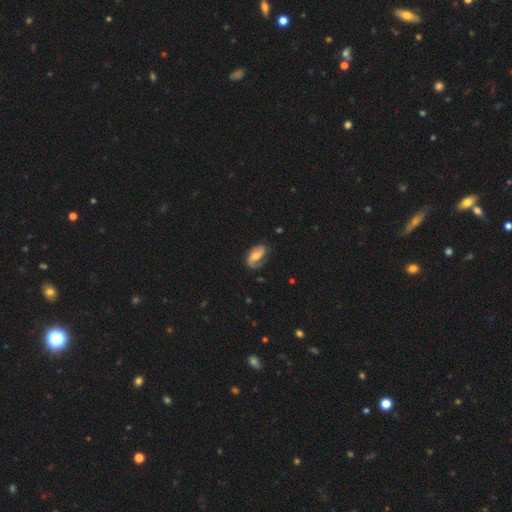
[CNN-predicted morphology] smooth_or_featured: featured or disk (p=0.67) [alt: smooth p=0.27]
disk_edge_on: no (p=0.95) [alt: yes p=0.05]
bar: no (p=0.40) [tied with: weak p=0.40]
has_spiral_arms: yes (p=0.90) [alt: no p=0.10]
spiral_winding: medium (p=0.39) [alt: loose p=0.35]
spiral_arm_count: 2 (p=0.60) [alt: 1 p=0.31]
bulge_size: moderate (p=0.50) [alt: small p=0.30]
merging: none (p=0.60) [alt: minor disturbance p=0.24]